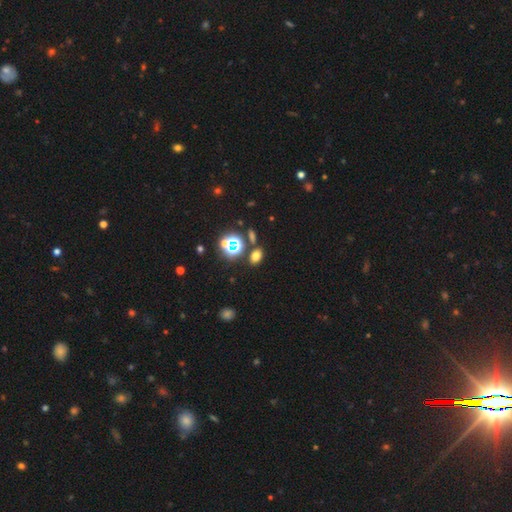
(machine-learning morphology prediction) Smooth or featured?
  - smooth: 64% *
  - star or artifact: 28%
  - featured or disk: 8%
How rounded?
  - in between: 73% *
  - round: 25%
  - cigar-shaped: 2%
Merging?
  - none: 79% *
  - minor disturbance: 9%
  - merger: 8%
  - major disturbance: 3%